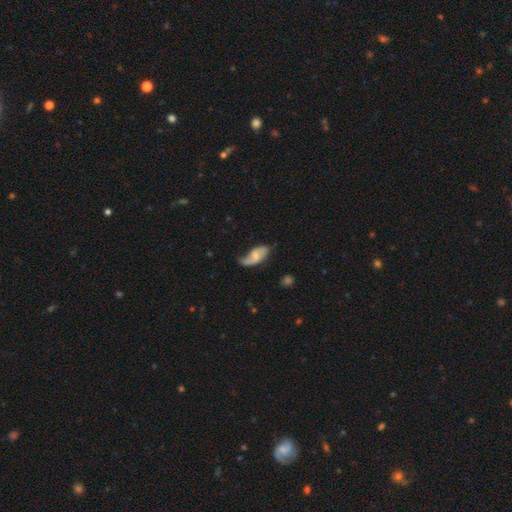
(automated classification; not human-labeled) Smooth or featured? Predicted: featured or disk (p=0.53). Edge-on disk? Predicted: no (p=0.93). Merging? Predicted: none (p=0.44).